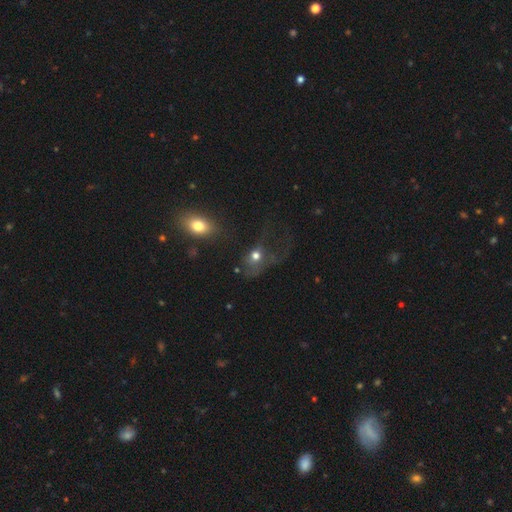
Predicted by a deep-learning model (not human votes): This is possibly a smooth galaxy (56%). How rounded: possibly round (53%). Merging: possibly major disturbance (50%).